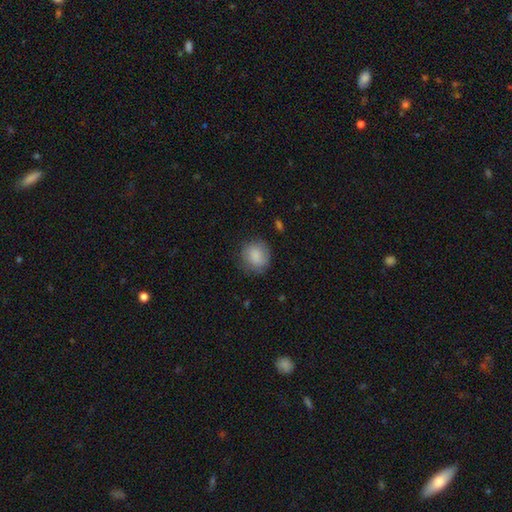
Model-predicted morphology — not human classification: A smooth galaxy with no disk features (86%) that is round (81%). Merging: none (77%).